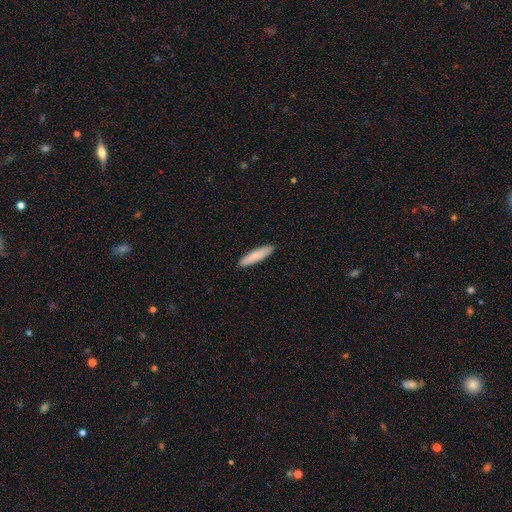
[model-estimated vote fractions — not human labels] smooth_or_featured: smooth (p=0.84) [alt: featured or disk p=0.11]
how_rounded: cigar-shaped (p=0.85) [alt: in between p=0.14]
merging: none (p=0.92) [alt: minor disturbance p=0.06]